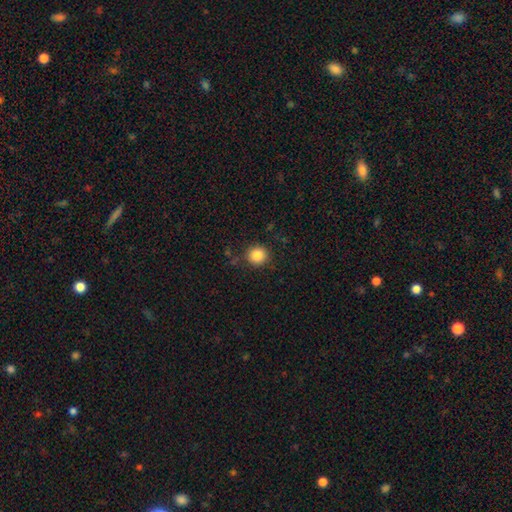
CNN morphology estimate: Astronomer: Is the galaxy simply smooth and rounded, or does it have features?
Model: smooth — 86%.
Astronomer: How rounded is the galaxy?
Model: round — 92%.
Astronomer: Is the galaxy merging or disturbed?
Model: none — 86%.